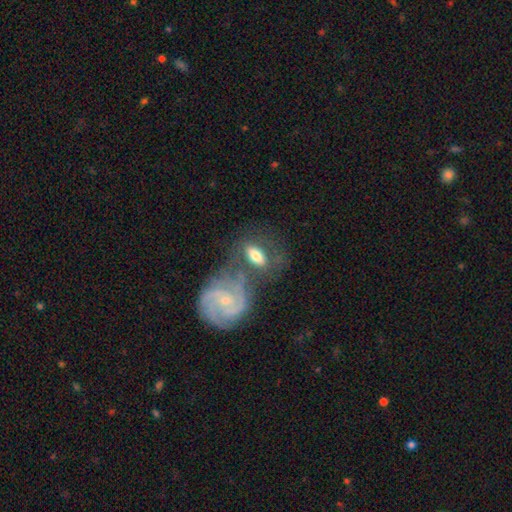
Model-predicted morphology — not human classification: smooth 51%, featured or disk 42%, star or artifact 7%. Down the decision tree: how rounded — in between (85%); merging — none (47%).